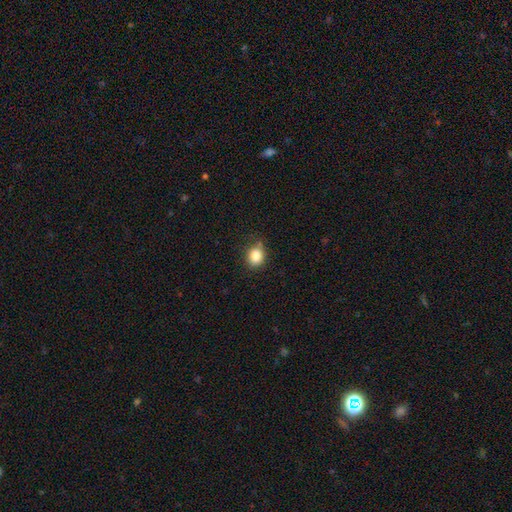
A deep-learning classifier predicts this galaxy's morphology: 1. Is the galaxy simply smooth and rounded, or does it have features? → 85% smooth, 11% star or artifact, 5% featured or disk.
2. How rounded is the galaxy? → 66% round, 33% in between, 1% cigar-shaped.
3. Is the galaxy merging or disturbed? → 75% none, 18% minor disturbance, 4% major disturbance, 3% merger.